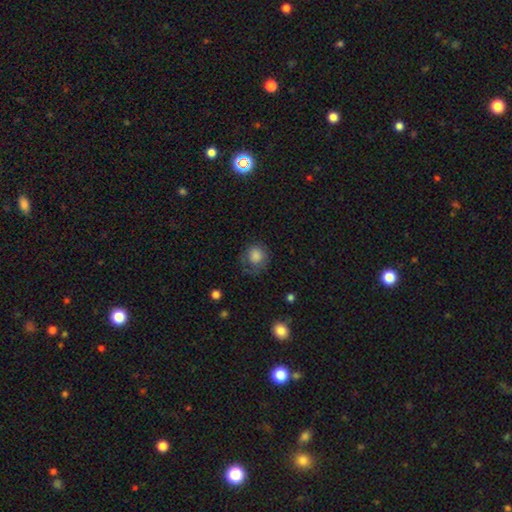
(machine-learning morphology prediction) type=smooth (79%); roundness=round (82%); merging=none (58%).